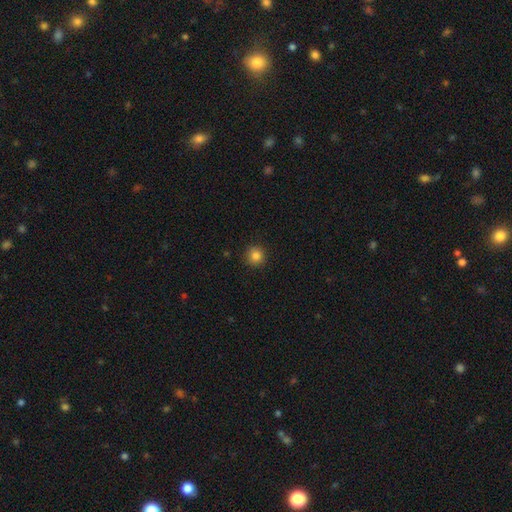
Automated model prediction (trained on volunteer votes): smooth 84%, star or artifact 12%, featured or disk 4%. Down the decision tree: how rounded — round (94%); merging — none (91%).